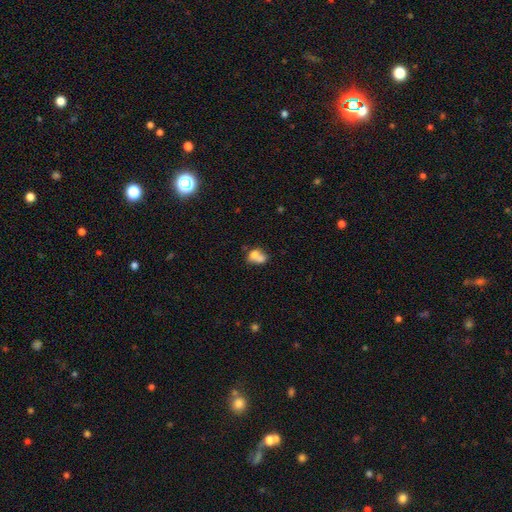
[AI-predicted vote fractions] smooth 68%, featured or disk 21%, star or artifact 11%. Down the decision tree: how rounded — in between (56%); merging — merger (60%).